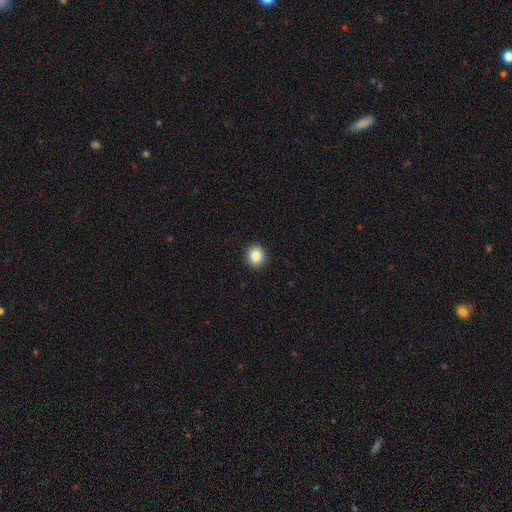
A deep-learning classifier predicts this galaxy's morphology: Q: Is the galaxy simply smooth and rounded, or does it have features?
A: smooth — 85%.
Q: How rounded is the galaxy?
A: round — 88%.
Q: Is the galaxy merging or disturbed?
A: none — 92%.